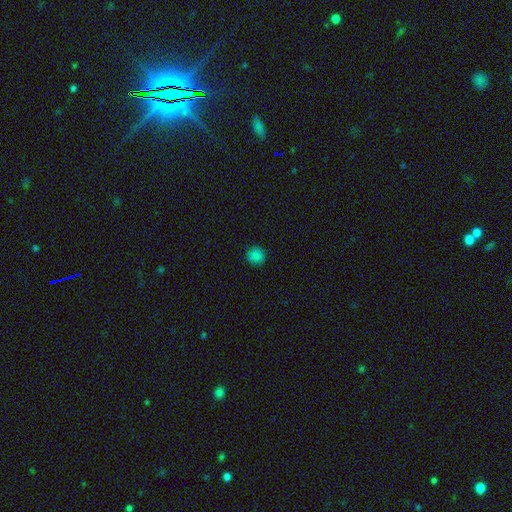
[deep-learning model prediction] A smooth galaxy with no disk features (83%) that is round (90%).

Vote fractions:
- Smooth or featured? smooth: 83% / star or artifact: 14% / featured or disk: 3%
- How rounded? round: 90% / in between: 9% / cigar-shaped: 1%
- Merging? none: 91% / minor disturbance: 7% / major disturbance: 2% / merger: 1%